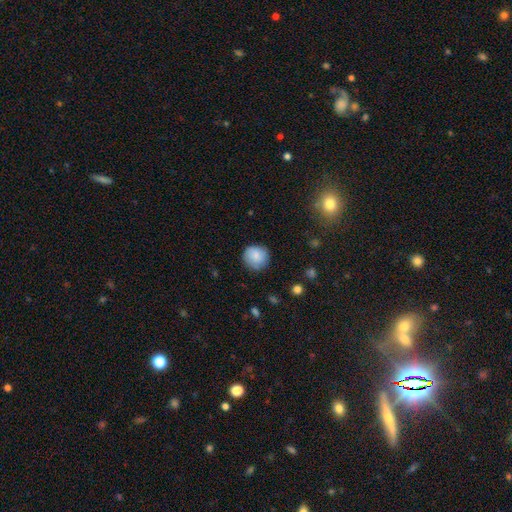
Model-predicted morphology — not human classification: This appears to be a smooth galaxy with no disk features (86%) that is round (93%). Merging: none (83%).